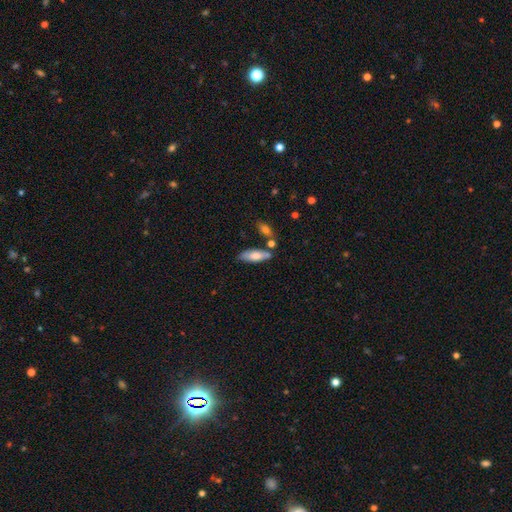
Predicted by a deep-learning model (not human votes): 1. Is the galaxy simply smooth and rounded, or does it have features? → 70% smooth, 24% featured or disk, 6% star or artifact.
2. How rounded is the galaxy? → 60% in between, 38% cigar-shaped, 2% round.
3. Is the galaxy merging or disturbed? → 68% none, 16% minor disturbance, 12% merger, 4% major disturbance.